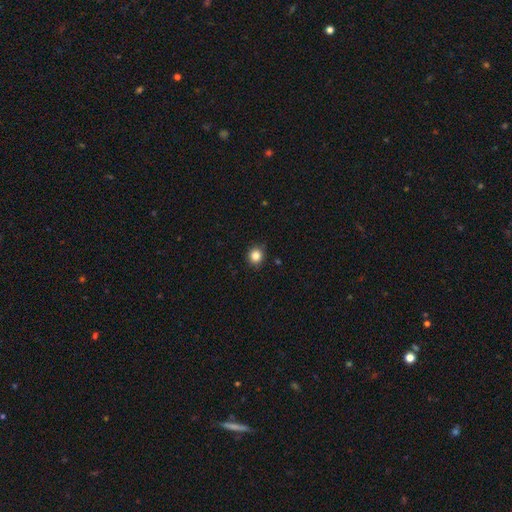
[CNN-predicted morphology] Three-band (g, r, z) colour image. It shows a smooth galaxy with no disk features (84%) that is round (88%). Merging: none (87%).